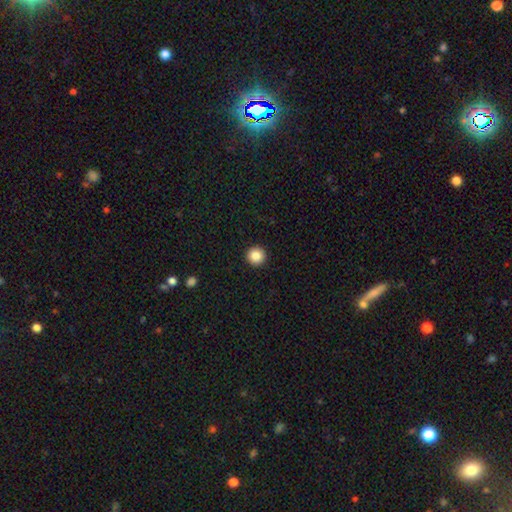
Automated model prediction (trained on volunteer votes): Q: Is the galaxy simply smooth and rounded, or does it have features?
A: smooth — 86%.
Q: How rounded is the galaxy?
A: round — 96%.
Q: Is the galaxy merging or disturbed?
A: none — 94%.